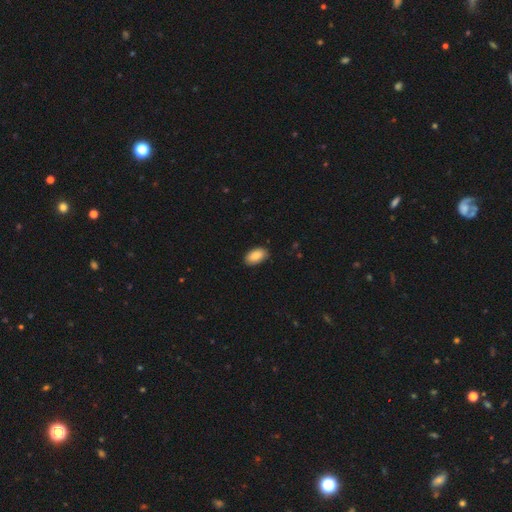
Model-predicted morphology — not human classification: Smooth or featured: smooth — 86% (featured or disk — 7%)
How rounded: in between — 95% (round — 4%)
Merging: none — 85% (minor disturbance — 12%)